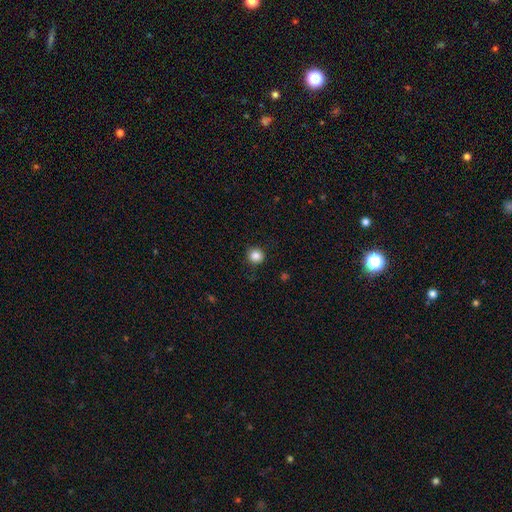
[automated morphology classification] A smooth galaxy with no disk features (85%) that is round (93%).

Vote fractions:
- Smooth or featured? smooth: 85% / star or artifact: 11% / featured or disk: 4%
- How rounded? round: 93% / in between: 6% / cigar-shaped: 1%
- Merging? none: 90% / minor disturbance: 7% / major disturbance: 2% / merger: 1%